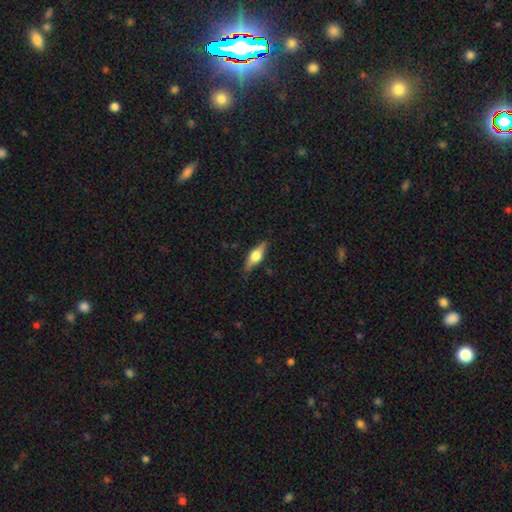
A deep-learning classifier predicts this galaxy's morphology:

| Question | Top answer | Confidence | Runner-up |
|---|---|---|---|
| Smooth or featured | smooth | 47% | tied: featured or disk (47%) |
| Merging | none | 81% | minor disturbance (15%) |